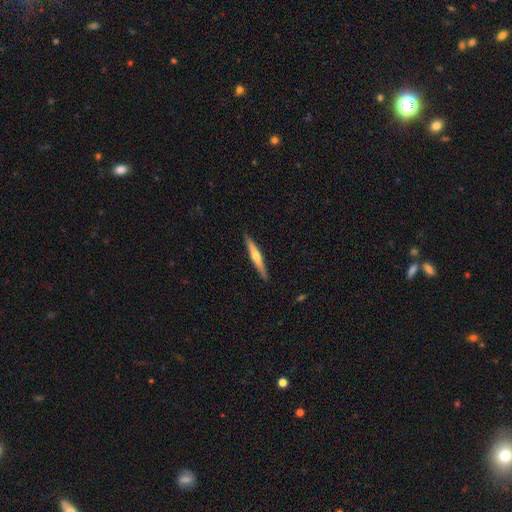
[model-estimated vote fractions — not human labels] A featured or disk galaxy (52%) viewed edge-on (96%). Merging: none (90%).